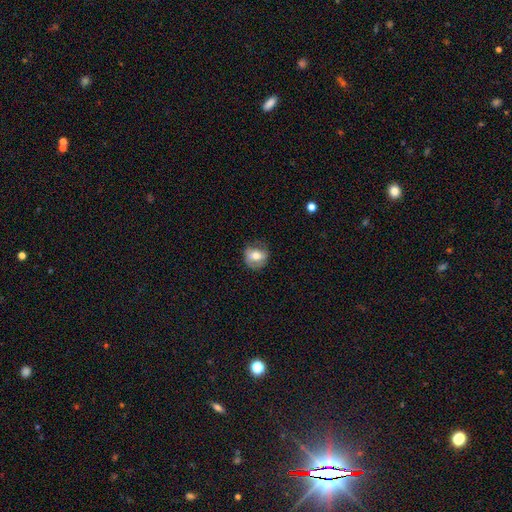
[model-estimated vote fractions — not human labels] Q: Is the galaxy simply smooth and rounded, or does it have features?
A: smooth — 53%.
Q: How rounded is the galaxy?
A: round — 65%.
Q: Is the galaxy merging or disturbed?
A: none — 72%.